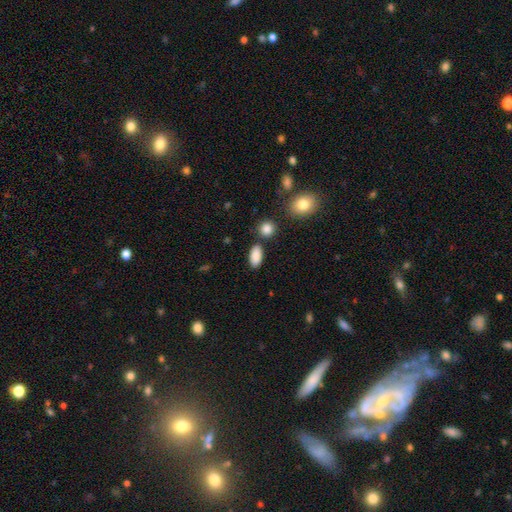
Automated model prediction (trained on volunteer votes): Smooth or featured? smooth (88%)
How rounded? in between (90%)
Merging? none (81%)